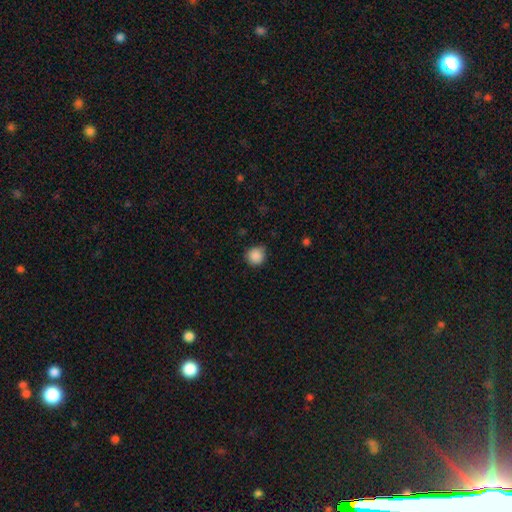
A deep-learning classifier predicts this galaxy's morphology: This appears to be a smooth galaxy with no disk features (88%) that is round (93%). Merging: none (80%).